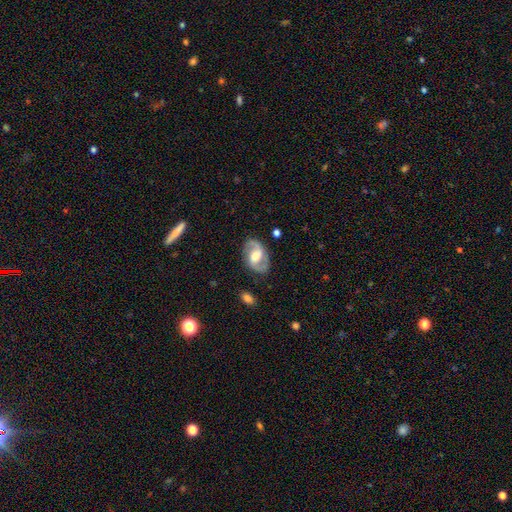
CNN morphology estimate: featured or disk 82%, smooth 12%, star or artifact 5%. Down the decision tree: edge-on disk — no (97%); bar — weak (46%); spiral arms — yes (92%); spiral arm count — 2 (92%); spiral winding — medium (53%); bulge size — moderate (58%); merging — none (83%).